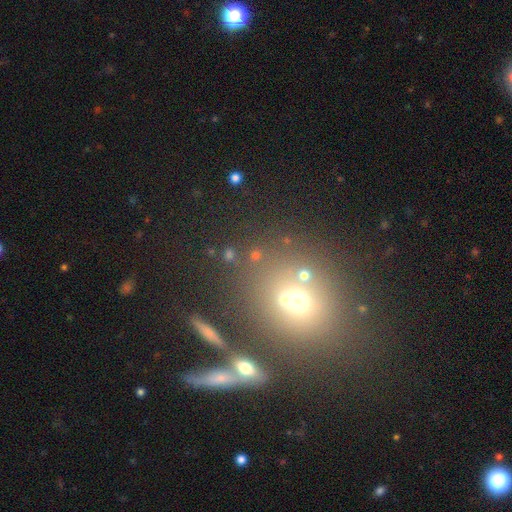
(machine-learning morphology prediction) A smooth galaxy with no disk features (48%). Merging: none (61%).